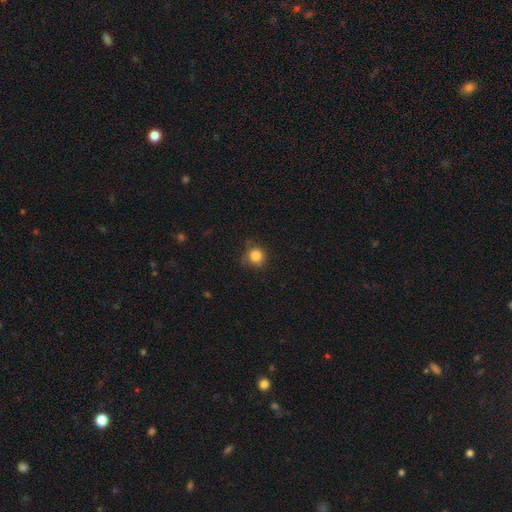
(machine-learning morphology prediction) This appears to be a smooth galaxy with no disk features (83%) that is round (89%). Merging: none (74%).